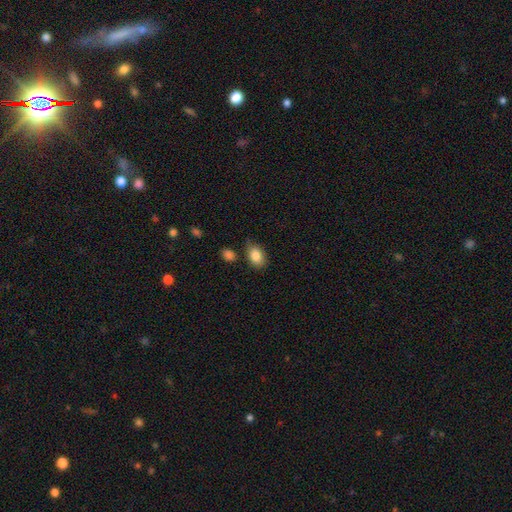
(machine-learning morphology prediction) Overall: smooth (86%). How rounded: in between (84%). Merging: none (74%).